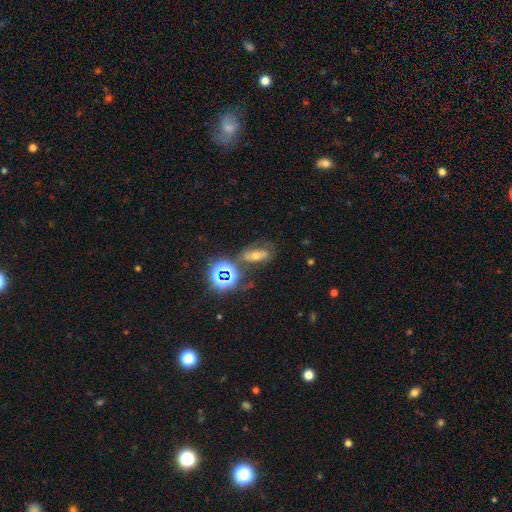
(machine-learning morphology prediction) Smooth or featured?
  - star or artifact: 36% *
  - featured or disk: 35%
  - smooth: 29%